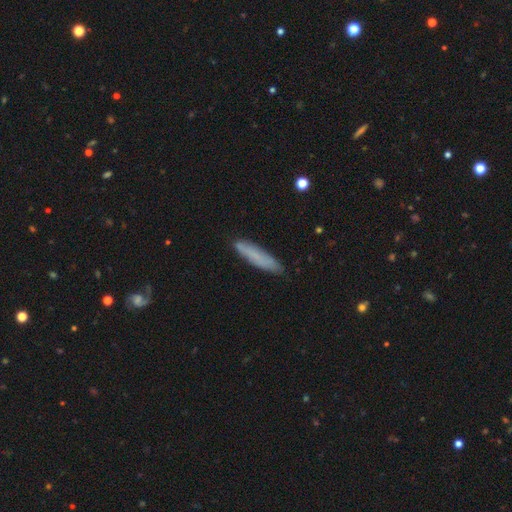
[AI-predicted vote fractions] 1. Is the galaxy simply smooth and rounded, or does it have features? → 74% smooth, 19% featured or disk, 7% star or artifact.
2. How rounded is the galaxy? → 87% cigar-shaped, 11% in between, 1% round.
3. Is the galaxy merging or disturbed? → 86% none, 11% minor disturbance, 2% major disturbance, 1% merger.